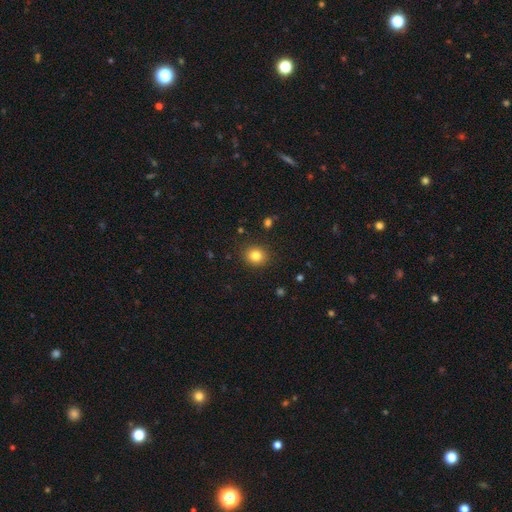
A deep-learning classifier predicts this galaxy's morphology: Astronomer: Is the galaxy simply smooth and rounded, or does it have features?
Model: smooth — 82%.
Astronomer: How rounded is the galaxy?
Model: round — 78%.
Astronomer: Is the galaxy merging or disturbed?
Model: none — 89%.